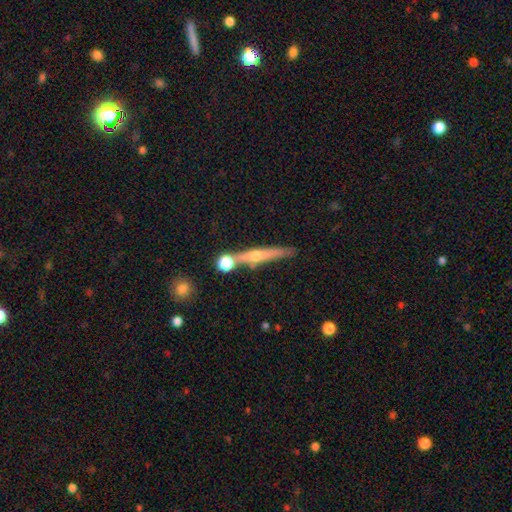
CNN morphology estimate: Overall: featured or disk (58%; smooth 34%). Edge-on disk: yes (94%). Edge-on bulge: rounded (81%). Merging: none (72%).